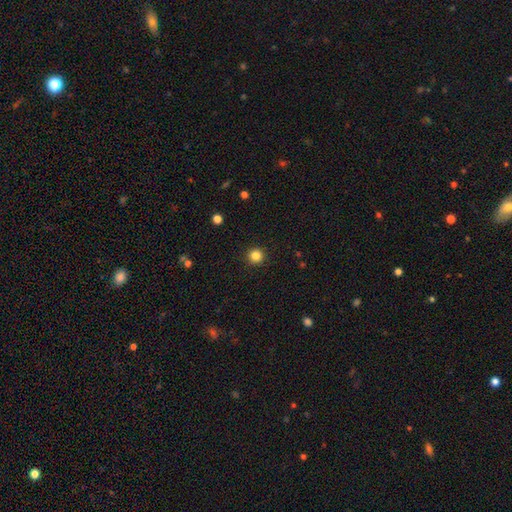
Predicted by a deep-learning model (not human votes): smooth-or-featured: smooth: 83% | star or artifact: 12% | featured or disk: 5%
  how-rounded: round: 95% | in between: 4% | cigar-shaped: 1%
  merging: none: 93% | minor disturbance: 4% | major disturbance: 2% | merger: 1%